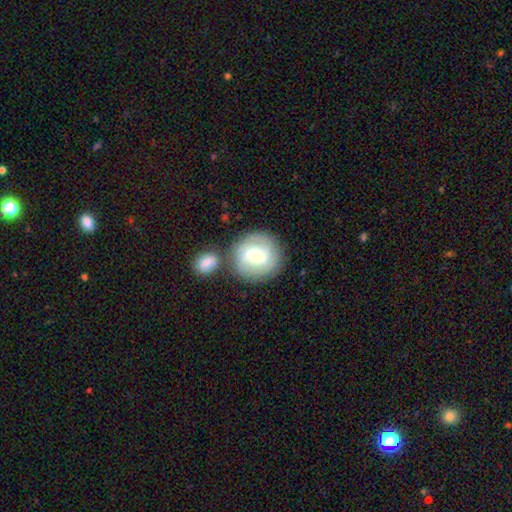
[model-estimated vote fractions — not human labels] Smooth or featured? featured or disk (54%)
Edge-on disk? no (97%)
Bar? weak (54%)
Spiral arms? yes (81%)
Bulge size? moderate (67%)
Merging? none (67%)